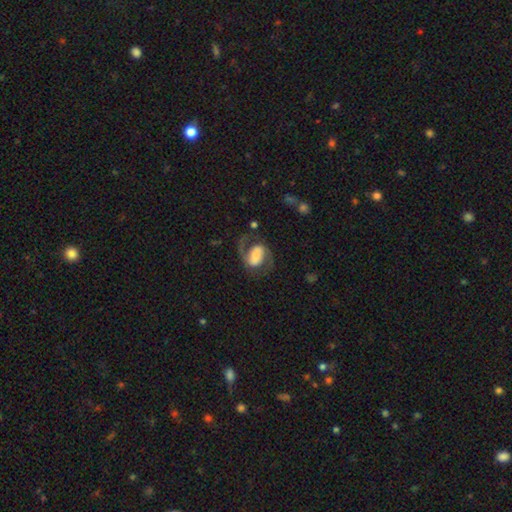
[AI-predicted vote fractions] Smooth or featured? Predicted: featured or disk (p=0.80). Edge-on disk? Predicted: no (p=0.97). Bar? Predicted: weak (p=0.37). Spiral arms? Predicted: yes (p=0.94). Spiral winding? Predicted: medium (p=0.53). Spiral arm count? Predicted: 2 (p=0.91). Bulge size? Predicted: moderate (p=0.35). Merging? Predicted: none (p=0.70).